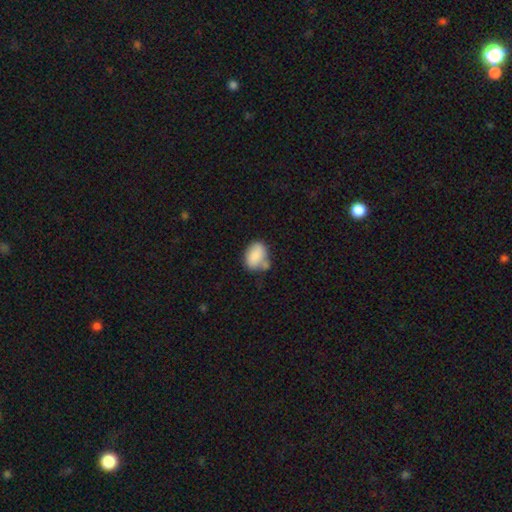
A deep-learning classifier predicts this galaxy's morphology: type=smooth (83%); roundness=in between (80%); merging=none (45%).